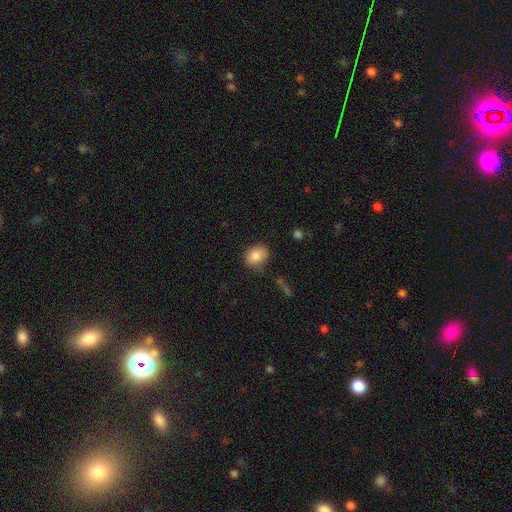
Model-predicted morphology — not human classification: A smooth galaxy with no disk features (84%) that is round (50%).

Vote fractions:
- Smooth or featured? smooth: 84% / star or artifact: 9% / featured or disk: 7%
- How rounded? round: 50% / in between: 49% / cigar-shaped: 1%
- Merging? none: 77% / minor disturbance: 17% / major disturbance: 4% / merger: 2%